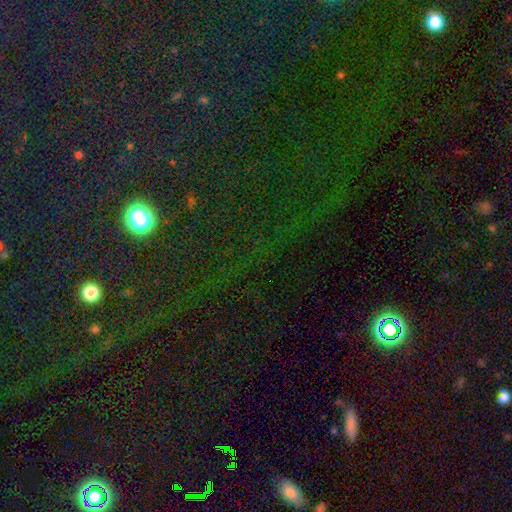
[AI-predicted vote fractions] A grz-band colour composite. It shows a star or artifact, not a galaxy (75%).